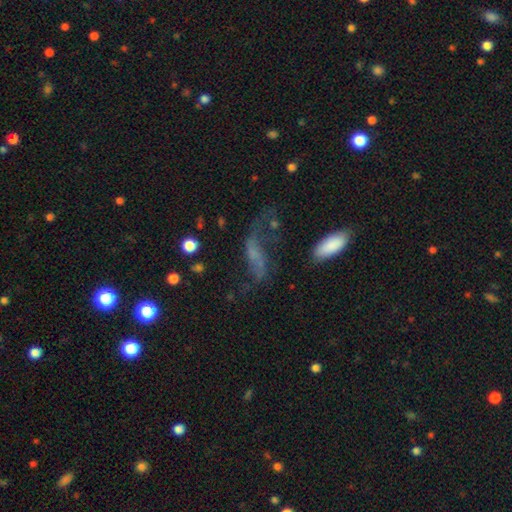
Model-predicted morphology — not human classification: A featured or disk galaxy (59%) with no bar (53%), spiral arms (78%) and no central bulge (51%). Merging: none (47%).